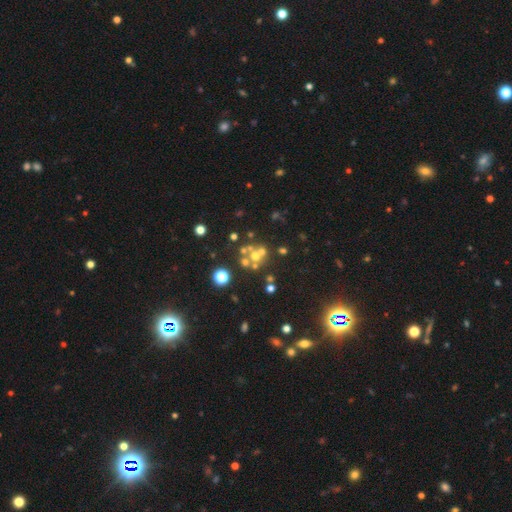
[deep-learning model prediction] smooth_or_featured: smooth (p=0.42) [alt: featured or disk p=0.30]
merging: none (p=0.50) [alt: merger p=0.34]